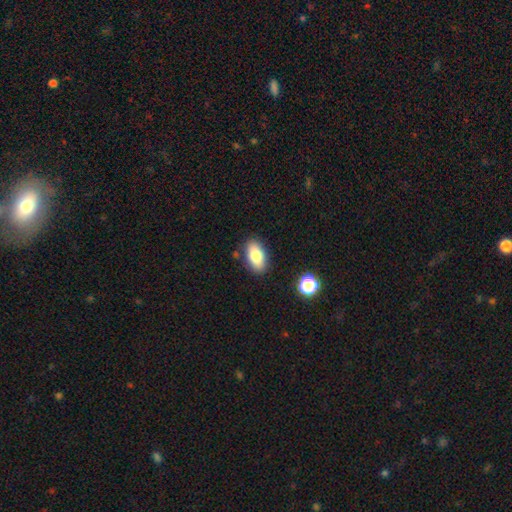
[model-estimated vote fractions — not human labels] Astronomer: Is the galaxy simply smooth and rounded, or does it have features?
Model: smooth — 81%.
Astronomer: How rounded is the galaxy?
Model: in between — 91%.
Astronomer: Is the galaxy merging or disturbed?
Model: none — 84%.